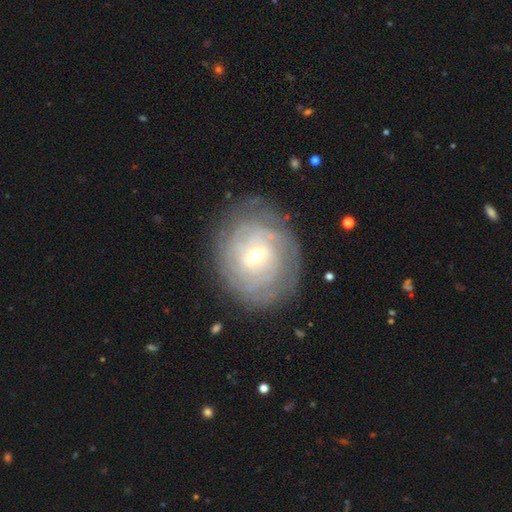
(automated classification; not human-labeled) A featured or disk galaxy (79%) with a weak bar (55%), tight (80%) spiral arms (87%) and a moderate central bulge (53%).

Vote fractions:
- Smooth or featured? featured or disk: 79% / smooth: 14% / star or artifact: 6%
- Edge-on disk? no: 96% / yes: 4%
- Bar? weak: 55% / no: 27% / strong: 17%
- Spiral arms? yes: 87% / no: 13%
- Spiral winding? tight: 80% / medium: 15% / loose: 5%
- Spiral arm count? can't tell: 54% / 2: 13% / 4: 11% / 3: 11% / more than 4: 7% / 1: 5%
- Bulge size? moderate: 53% / small: 42% / large: 3% / none: 1% / dominant: 1%
- Merging? none: 77% / minor disturbance: 15% / major disturbance: 6% / merger: 1%